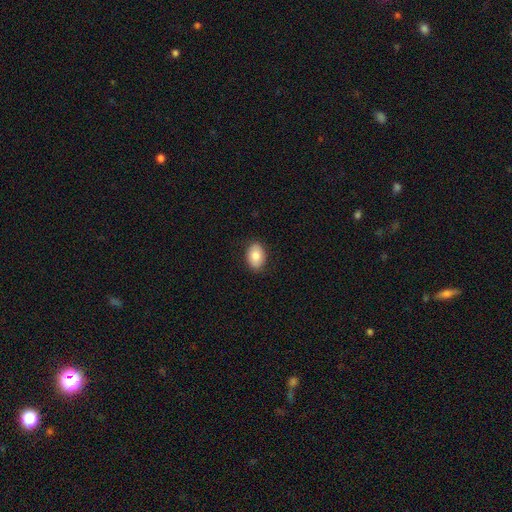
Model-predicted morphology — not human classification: type=smooth (82%); roundness=in between (83%); merging=none (88%).